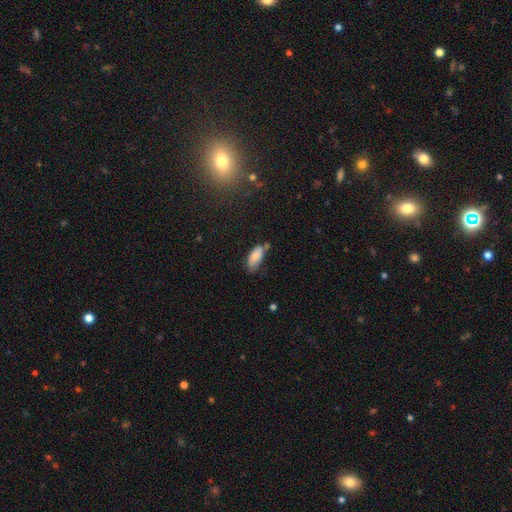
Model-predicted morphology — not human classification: The model was most divided on "merging": none: 49%, minor disturbance: 33%, merger: 10%, major disturbance: 8%. More confident: how rounded — in between (86%); smooth or featured — smooth (79%).